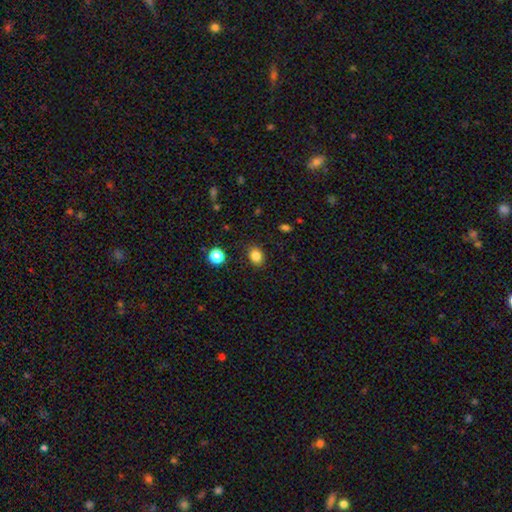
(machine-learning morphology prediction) smooth 83%, star or artifact 11%, featured or disk 6%. Down the decision tree: how rounded — in between (60%); merging — none (86%).